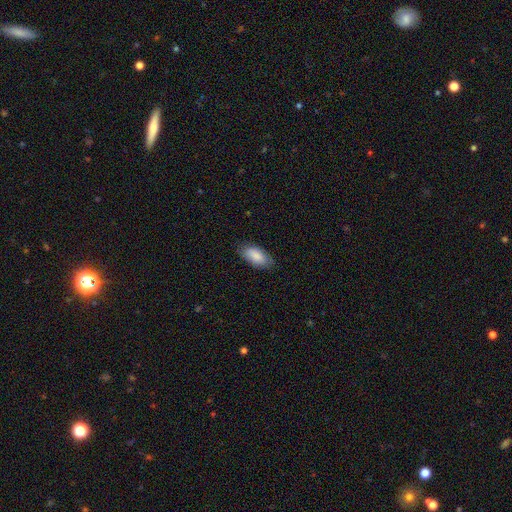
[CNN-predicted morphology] Overall: smooth (87%). How rounded: in between (92%). Merging: none (82%).